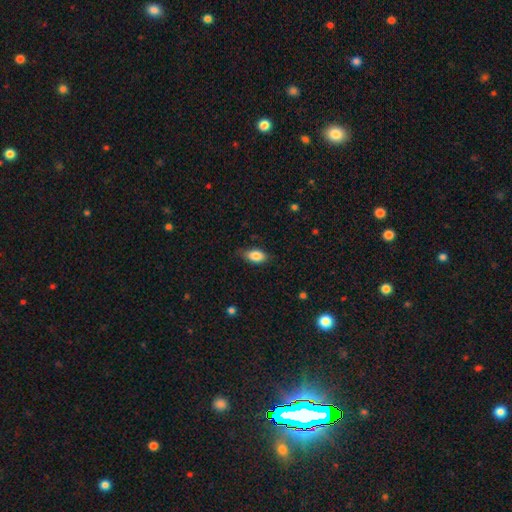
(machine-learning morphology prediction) Q: Smooth or featured?
A: smooth (85%); runner-up: star or artifact (7%)
Q: How rounded?
A: in between (89%); runner-up: round (7%)
Q: Merging?
A: none (74%); runner-up: minor disturbance (21%)